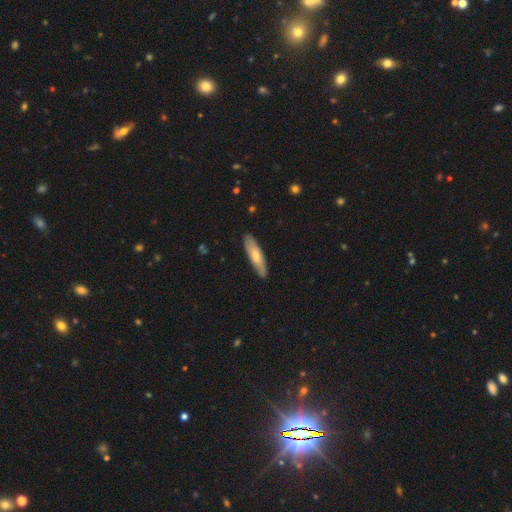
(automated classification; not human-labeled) Smooth or featured? smooth (62%)
How rounded? cigar-shaped (66%)
Merging? none (84%)